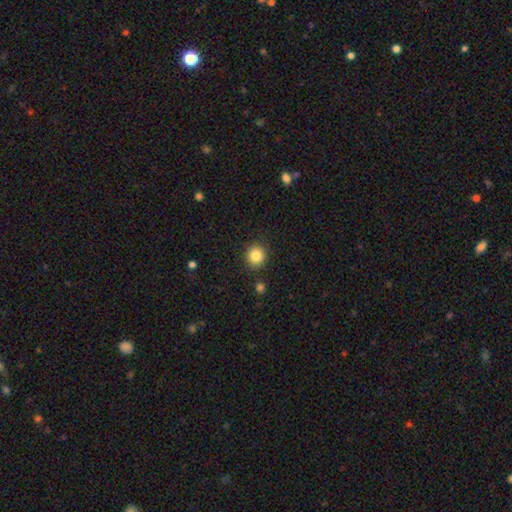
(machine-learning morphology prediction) Smooth or featured: smooth — 84% (star or artifact — 10%)
How rounded: round — 89% (in between — 10%)
Merging: none — 89% (minor disturbance — 6%)